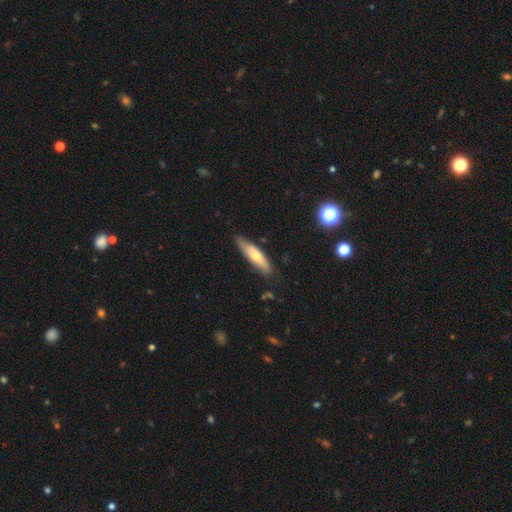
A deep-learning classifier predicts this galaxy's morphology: The model was most divided on "smooth or featured": smooth: 60%, featured or disk: 34%, star or artifact: 6%. More confident: merging — none (76%); how rounded — cigar-shaped (67%).